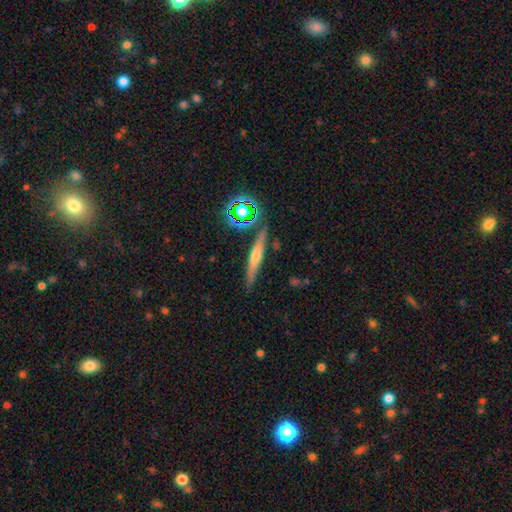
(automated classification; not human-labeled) Smooth or featured? Predicted: smooth (p=0.43, tied with featured or disk). Merging? Predicted: none (p=0.84).